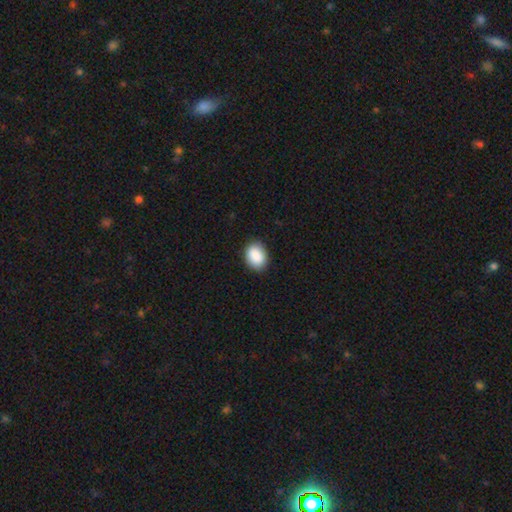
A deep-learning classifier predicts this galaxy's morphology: Smooth or featured: smooth — 90% (star or artifact — 7%)
How rounded: in between — 70% (round — 29%)
Merging: none — 87% (minor disturbance — 10%)